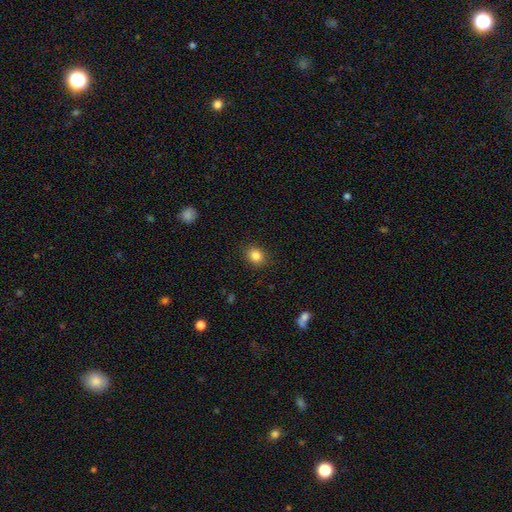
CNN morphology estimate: smooth 85%, star or artifact 10%, featured or disk 5%. Down the decision tree: how rounded — round (59%); merging — none (88%).